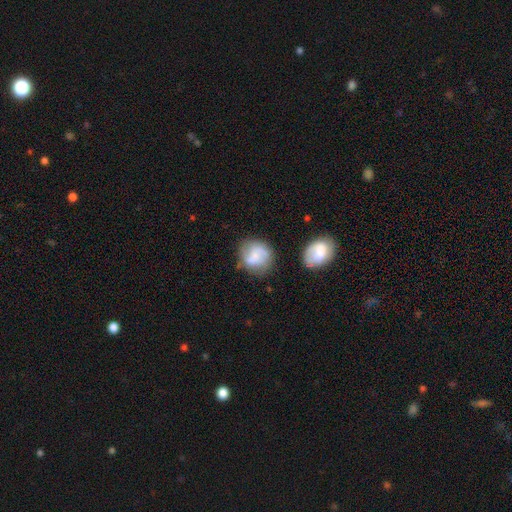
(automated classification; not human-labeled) A smooth galaxy with no disk features (47%). Merging: none (65%).